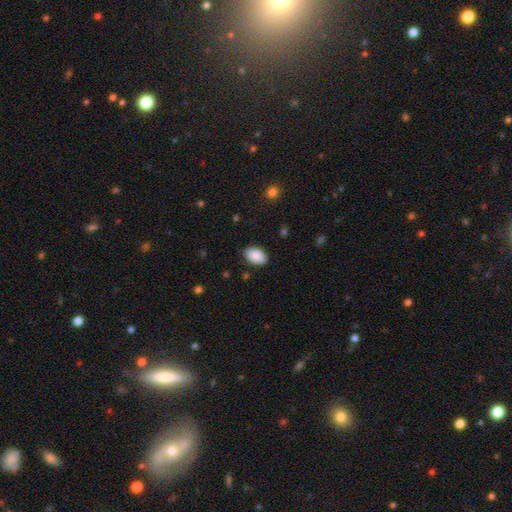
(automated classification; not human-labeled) Smooth or featured? Predicted: smooth (p=0.90). How rounded? Predicted: in between (p=0.91). Merging? Predicted: none (p=0.86).